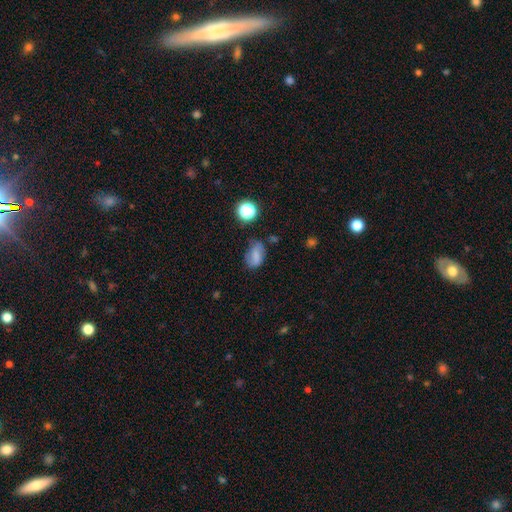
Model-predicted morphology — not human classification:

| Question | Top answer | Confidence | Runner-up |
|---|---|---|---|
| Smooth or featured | smooth | 67% | featured or disk (19%) |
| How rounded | in between | 79% | round (19%) |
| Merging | none | 54% | minor disturbance (30%) |